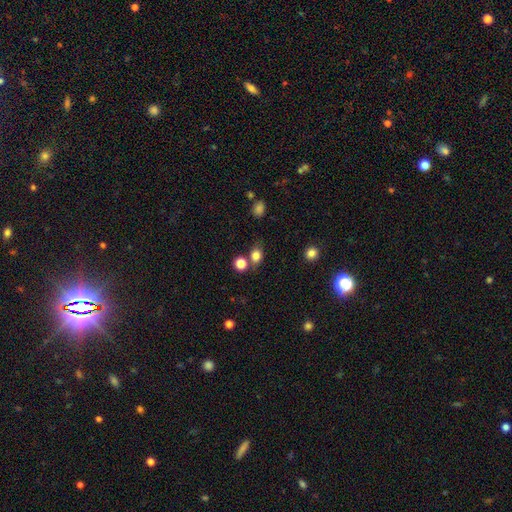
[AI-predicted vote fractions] Smooth or featured?
  - smooth: 80% *
  - star or artifact: 13%
  - featured or disk: 7%
How rounded?
  - round: 56% *
  - in between: 42%
  - cigar-shaped: 1%
Merging?
  - none: 65% *
  - merger: 18%
  - minor disturbance: 13%
  - major disturbance: 4%